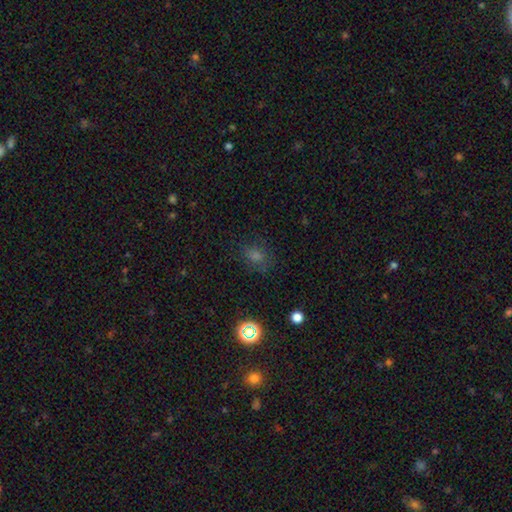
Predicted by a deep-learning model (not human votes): The model was most divided on "how rounded": in between: 51%, round: 47%, cigar-shaped: 2%. More confident: merging — none (73%); smooth or featured — smooth (65%).